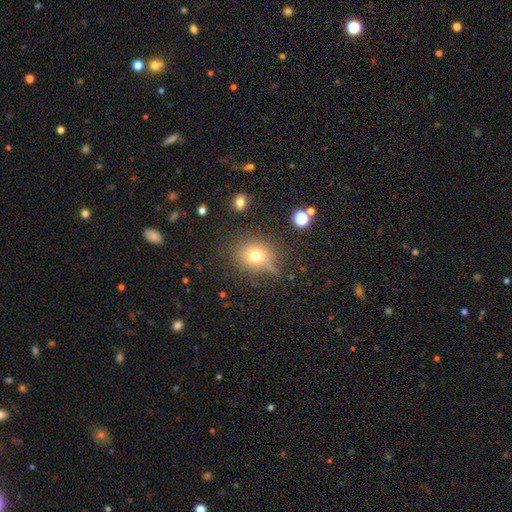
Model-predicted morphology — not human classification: Q: Smooth or featured?
A: smooth (71%); runner-up: star or artifact (16%)
Q: How rounded?
A: round (66%); runner-up: in between (32%)
Q: Merging?
A: none (68%); runner-up: minor disturbance (20%)